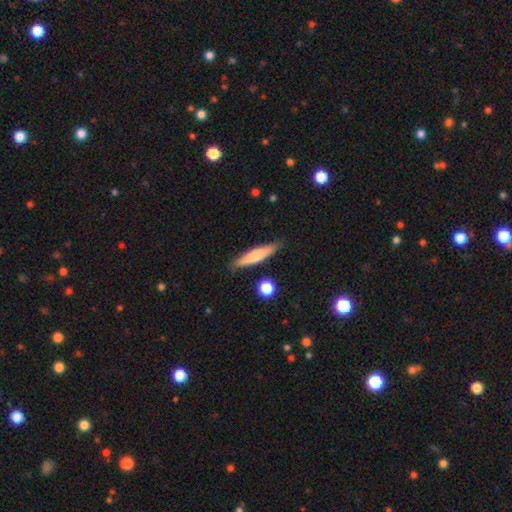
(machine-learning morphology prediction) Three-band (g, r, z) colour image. It shows a smooth galaxy with no disk features (64%) that is cigar-shaped (86%). Merging: none (86%).